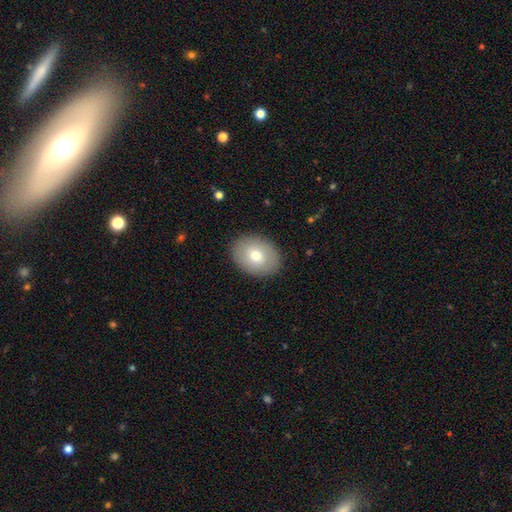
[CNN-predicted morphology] Smooth or featured: smooth — 73% (featured or disk — 20%)
How rounded: in between — 67% (round — 32%)
Merging: none — 88% (minor disturbance — 8%)